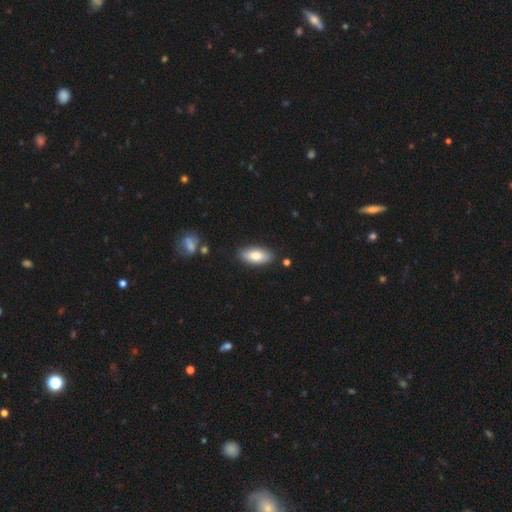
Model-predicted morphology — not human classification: smooth-or-featured: smooth: 79% | featured or disk: 15% | star or artifact: 6%
  how-rounded: in between: 88% | cigar-shaped: 10% | round: 2%
  merging: none: 85% | minor disturbance: 10% | merger: 3% | major disturbance: 2%